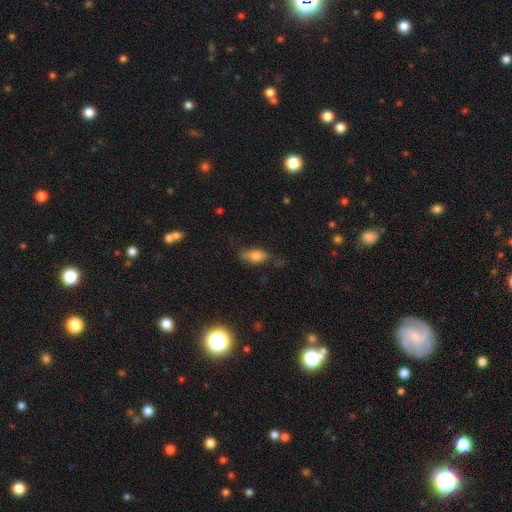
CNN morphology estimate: Q: Smooth or featured?
A: smooth (71%); runner-up: featured or disk (20%)
Q: How rounded?
A: in between (82%); runner-up: cigar-shaped (13%)
Q: Merging?
A: none (58%); runner-up: minor disturbance (27%)